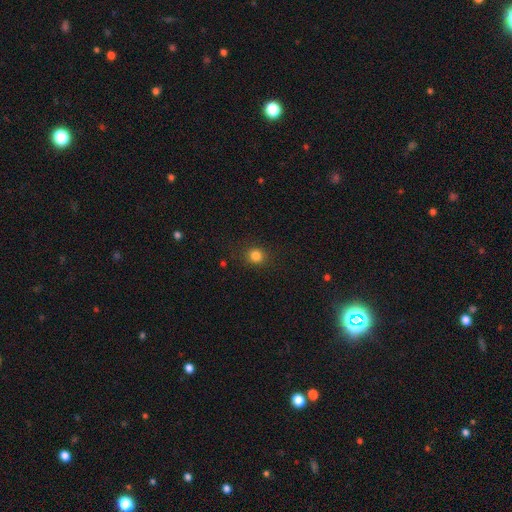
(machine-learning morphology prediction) This appears to be a smooth galaxy with no disk features (83%) that is round (84%). Merging: none (88%).